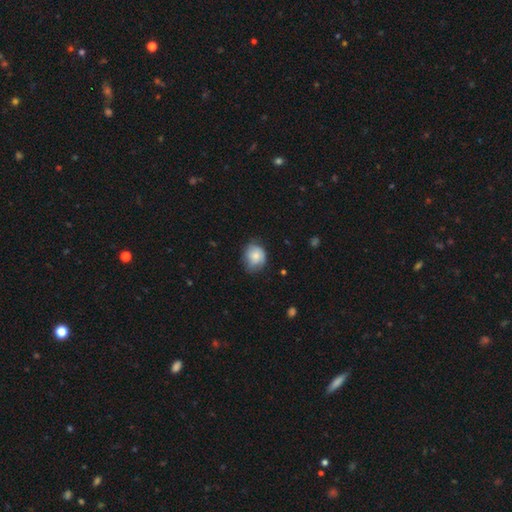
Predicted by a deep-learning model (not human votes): Smooth or featured? smooth (71%)
How rounded? round (62%)
Merging? none (63%)